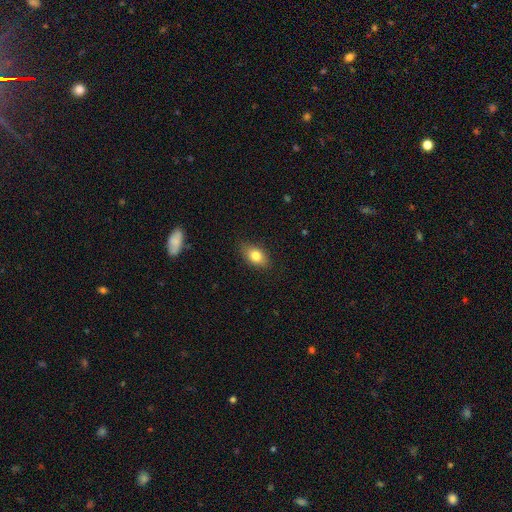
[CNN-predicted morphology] A smooth galaxy with no disk features (79%) that is in between round and cigar-shaped (83%).

Vote fractions:
- Smooth or featured? smooth: 79% / featured or disk: 12% / star or artifact: 9%
- How rounded? in between: 83% / round: 13% / cigar-shaped: 4%
- Merging? none: 83% / minor disturbance: 13% / major disturbance: 3% / merger: 1%